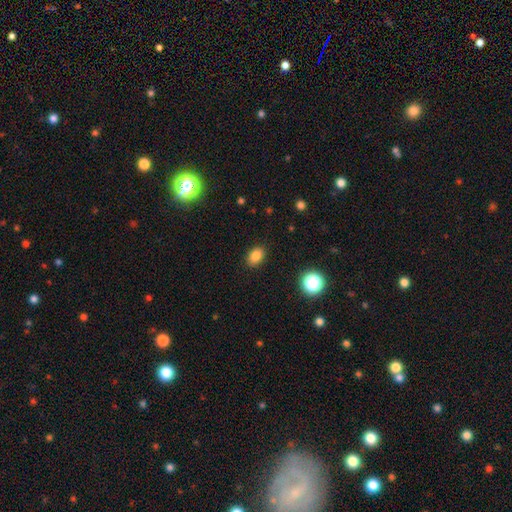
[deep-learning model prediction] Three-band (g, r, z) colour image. It shows a smooth galaxy with no disk features (83%) that is in between round and cigar-shaped (77%). Merging: none (88%).